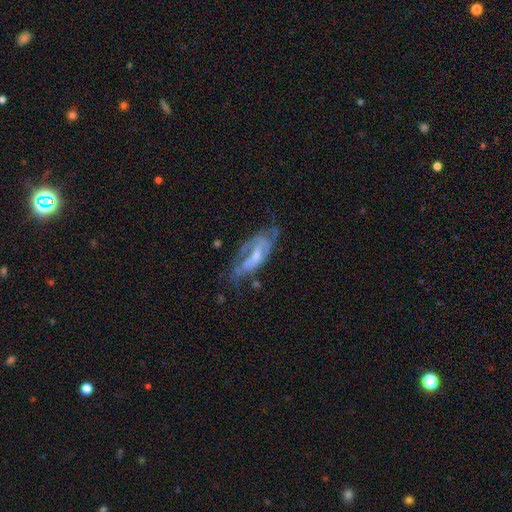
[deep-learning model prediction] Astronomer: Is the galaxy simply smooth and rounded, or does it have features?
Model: featured or disk — 74%.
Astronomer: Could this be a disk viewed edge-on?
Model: no — 87%.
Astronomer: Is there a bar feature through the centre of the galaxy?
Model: weak — 42% (runner-up: no, 40%).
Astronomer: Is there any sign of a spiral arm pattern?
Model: yes — 79%.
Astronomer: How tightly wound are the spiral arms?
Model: medium — 43% (runner-up: tight, 38%).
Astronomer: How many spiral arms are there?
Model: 2 — 48% (runner-up: can't tell, 32%).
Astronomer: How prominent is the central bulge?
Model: small — 49% (runner-up: moderate, 37%).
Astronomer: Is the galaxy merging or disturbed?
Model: none — 49% (runner-up: minor disturbance, 25%).